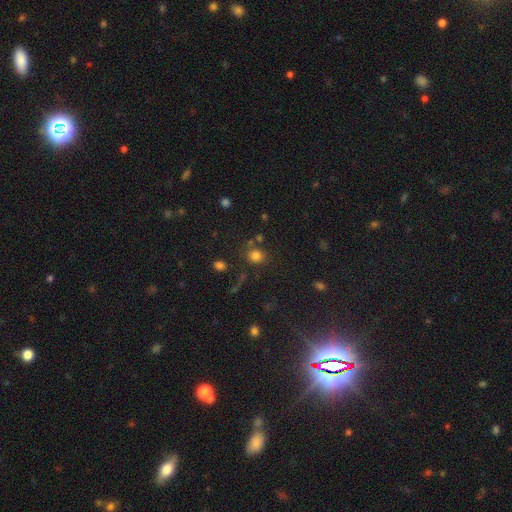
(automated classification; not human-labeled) A smooth galaxy with no disk features (79%) that is round (80%).

Vote fractions:
- Smooth or featured? smooth: 79% / star or artifact: 15% / featured or disk: 6%
- How rounded? round: 80% / in between: 19% / cigar-shaped: 1%
- Merging? none: 75% / minor disturbance: 11% / merger: 9% / major disturbance: 5%